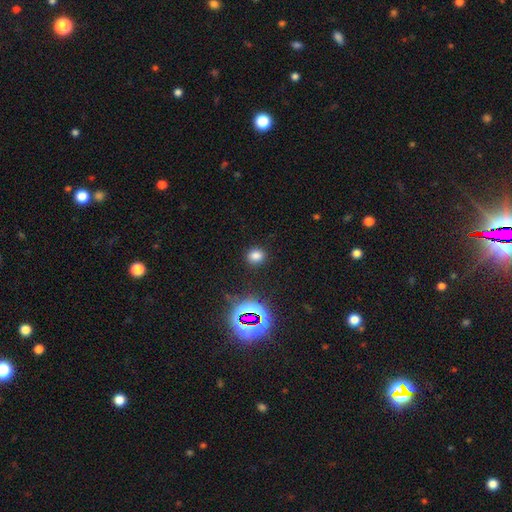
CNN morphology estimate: Overall: smooth (74%). How rounded: round (61%; in between 37%). Merging: none (87%).